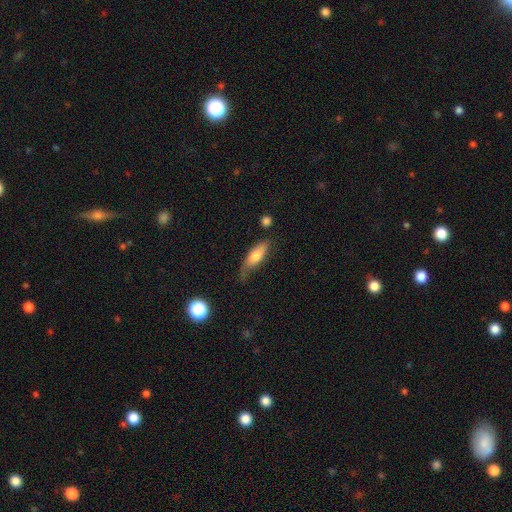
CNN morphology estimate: This appears to be a smooth galaxy with no disk features (69%) that is in between round and cigar-shaped (59%). Merging: none (45%).